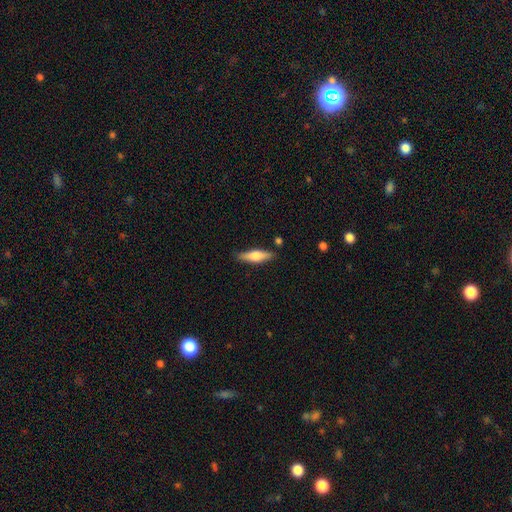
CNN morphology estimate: smooth_or_featured: smooth (p=0.54) [alt: featured or disk p=0.40]
how_rounded: cigar-shaped (p=0.63) [alt: in between p=0.35]
merging: none (p=0.84) [alt: minor disturbance p=0.11]